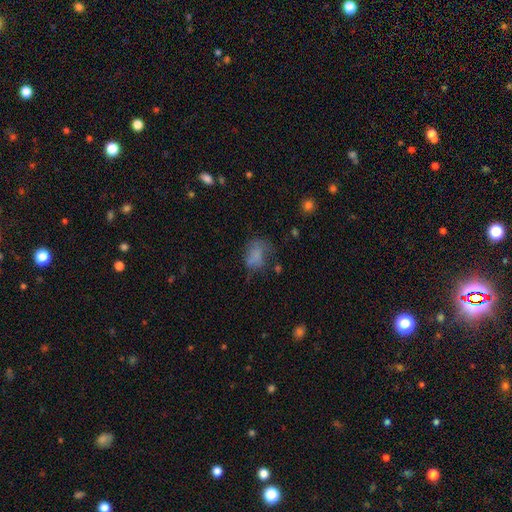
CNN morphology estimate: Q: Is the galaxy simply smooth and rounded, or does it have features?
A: smooth — 66%.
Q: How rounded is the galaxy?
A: in between — 70%.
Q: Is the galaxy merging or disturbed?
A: none — 36%.